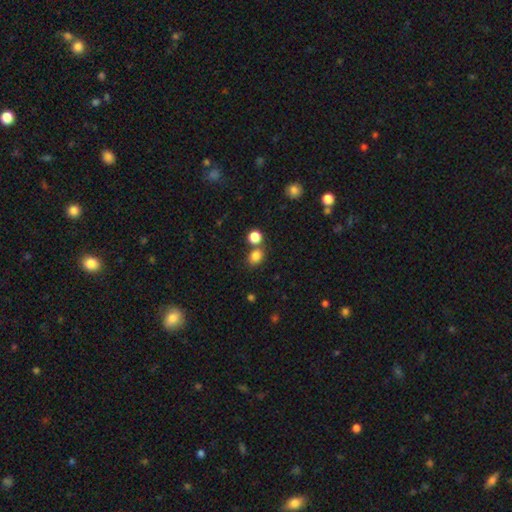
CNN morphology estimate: smooth-or-featured: smooth: 82% | star or artifact: 13% | featured or disk: 5%
  how-rounded: round: 52% | in between: 47% | cigar-shaped: 1%
  merging: none: 64% | merger: 22% | minor disturbance: 10% | major disturbance: 4%